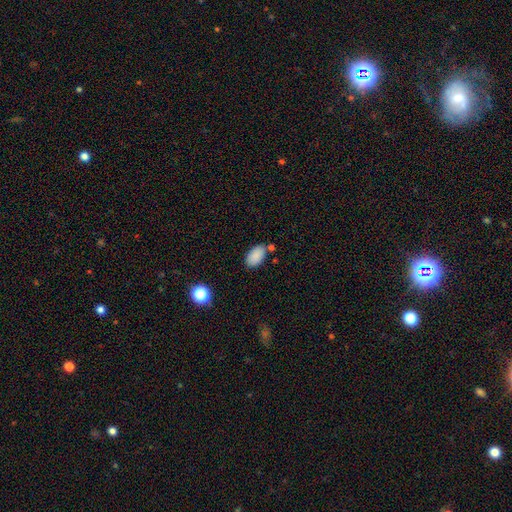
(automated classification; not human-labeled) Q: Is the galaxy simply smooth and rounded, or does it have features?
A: smooth — 88%.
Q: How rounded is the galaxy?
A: in between — 94%.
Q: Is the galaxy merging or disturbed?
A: none — 73%.